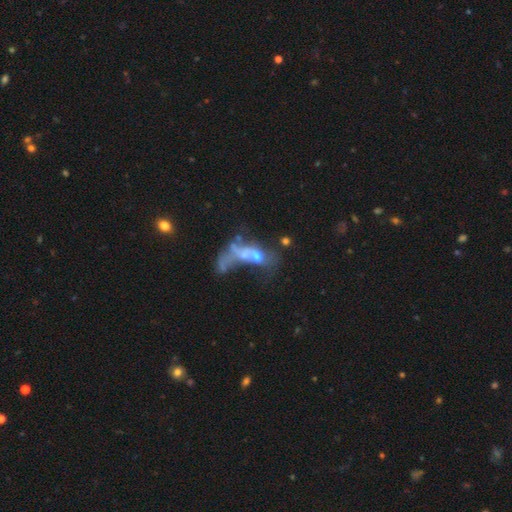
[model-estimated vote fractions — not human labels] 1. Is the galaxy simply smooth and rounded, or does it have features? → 52% featured or disk, 32% smooth, 17% star or artifact.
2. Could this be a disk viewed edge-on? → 94% no, 6% yes.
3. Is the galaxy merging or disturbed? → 51% merger, 30% major disturbance, 13% none, 7% minor disturbance.